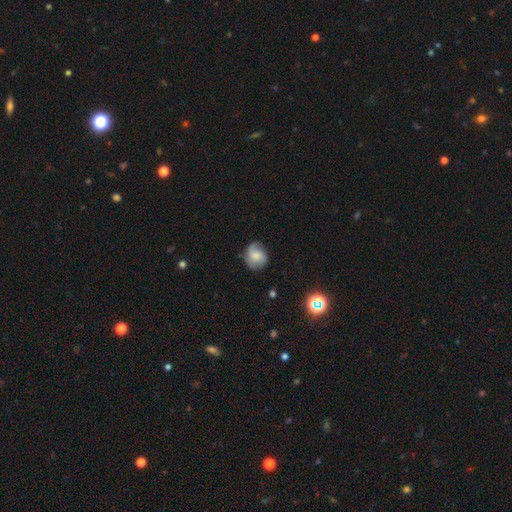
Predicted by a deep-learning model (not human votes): This is possibly a smooth galaxy (51%). How rounded: likely round (74%). Merging: likely none (69%).